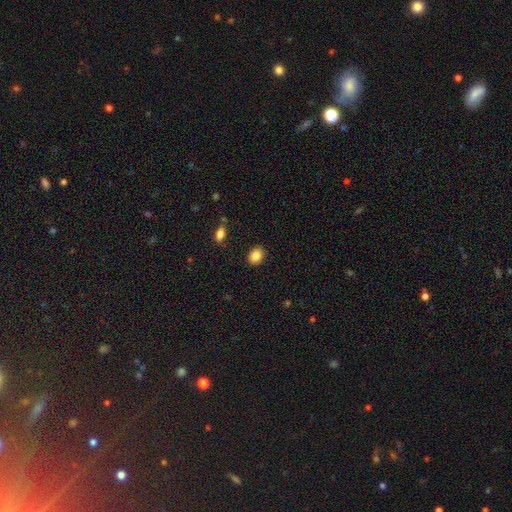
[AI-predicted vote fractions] smooth 87%, star or artifact 9%, featured or disk 5%. Down the decision tree: how rounded — in between (59%); merging — none (88%).